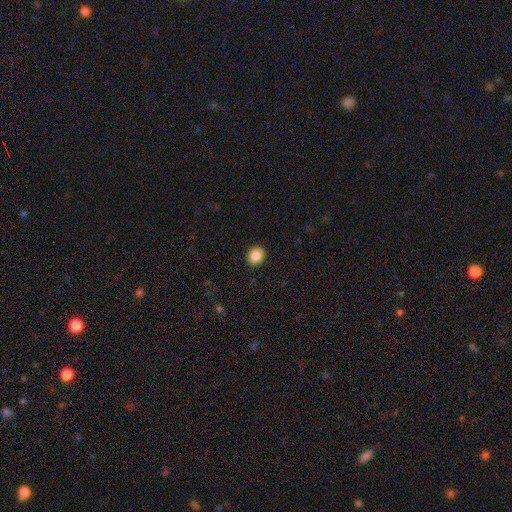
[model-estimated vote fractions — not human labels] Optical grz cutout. It shows a smooth galaxy with no disk features (87%) that is round (79%). Merging: none (92%).